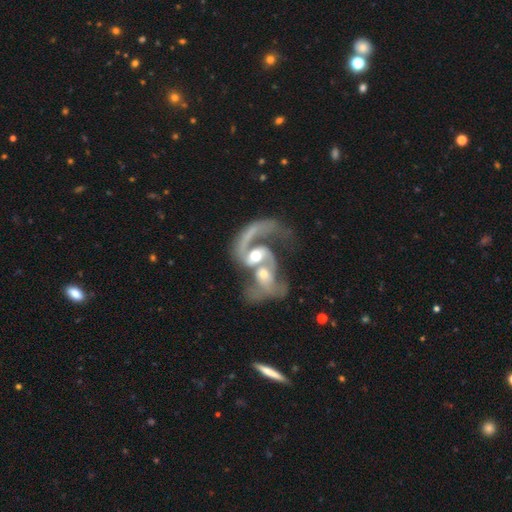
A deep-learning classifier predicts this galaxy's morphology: Overall: featured or disk (79%). Edge-on disk: no (96%). Bar: no (59%; weak 29%). Spiral arms: yes (85%). Spiral arm count: 2 (46%; 1 36%). Spiral winding: loose (55%; medium 33%). Bulge size: moderate (65%). Merging: merger (78%).